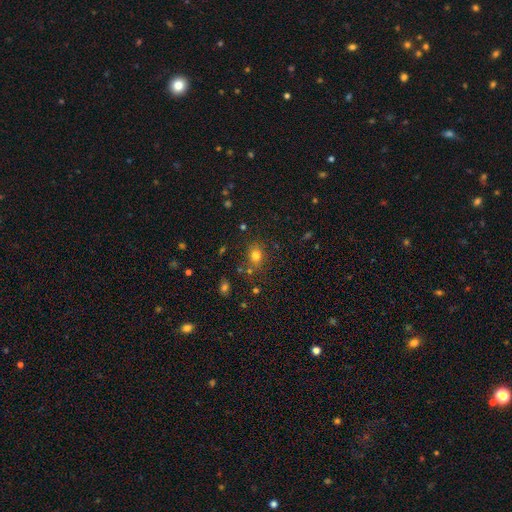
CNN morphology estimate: Smooth or featured: smooth — 76% (star or artifact — 16%)
How rounded: round — 60% (in between — 39%)
Merging: none — 73% (minor disturbance — 15%)